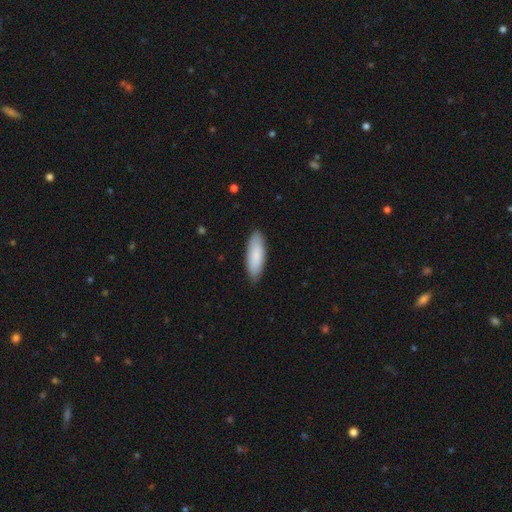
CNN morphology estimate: The model was most divided on "how rounded": in between: 62%, cigar-shaped: 36%, round: 1%. More confident: merging — none (86%); smooth or featured — smooth (86%).